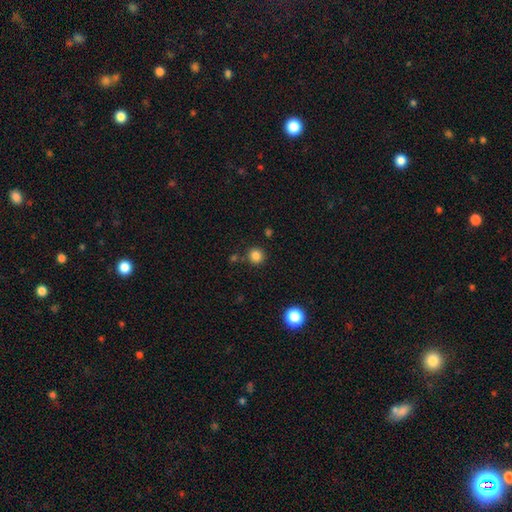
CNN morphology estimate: A smooth galaxy with no disk features (83%) that is round (93%). Merging: none (84%).